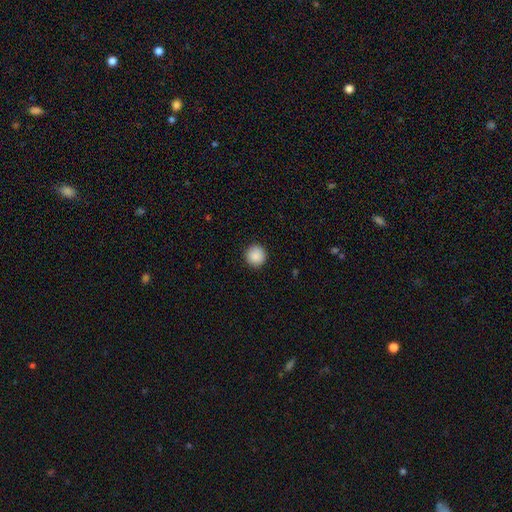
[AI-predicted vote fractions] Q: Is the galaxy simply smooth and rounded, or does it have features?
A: smooth — 89%.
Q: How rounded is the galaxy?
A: round — 95%.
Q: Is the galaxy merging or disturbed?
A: none — 92%.